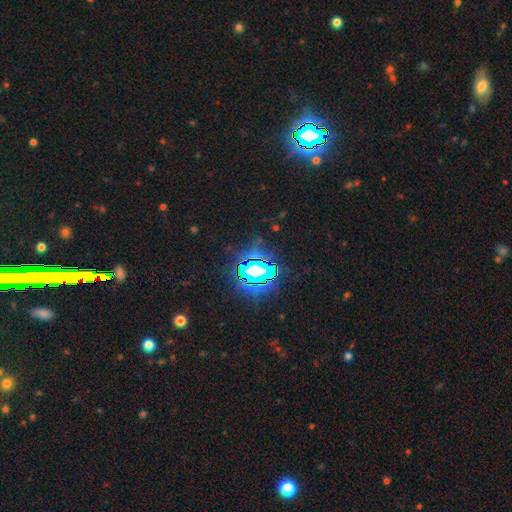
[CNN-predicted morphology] type=star or artifact (83%).